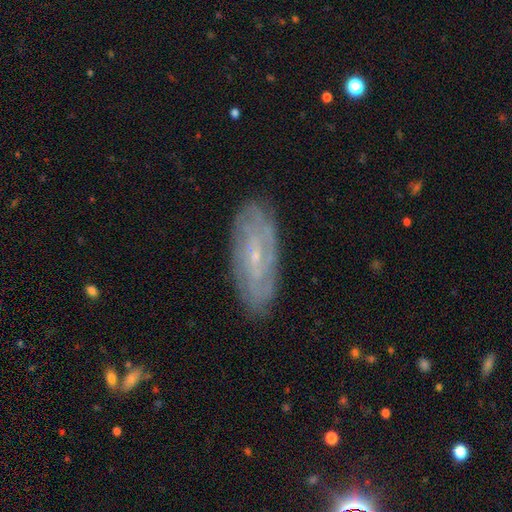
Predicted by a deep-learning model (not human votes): smooth_or_featured: featured or disk (p=0.75) [alt: smooth p=0.17]
disk_edge_on: no (p=0.87) [alt: yes p=0.13]
bar: weak (p=0.44) [alt: no p=0.39]
has_spiral_arms: yes (p=0.86) [alt: no p=0.14]
spiral_winding: tight (p=0.66) [alt: medium p=0.25]
spiral_arm_count: can't tell (p=0.48) [alt: 2 p=0.25]
bulge_size: small (p=0.81) [alt: moderate p=0.14]
merging: none (p=0.85) [alt: minor disturbance p=0.11]